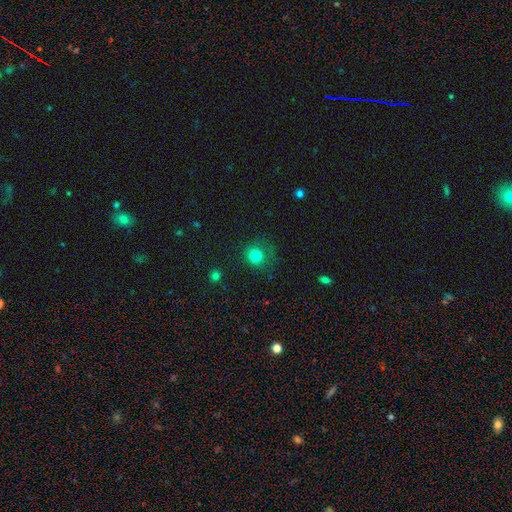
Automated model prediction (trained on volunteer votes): Smooth or featured? smooth (80%)
How rounded? round (87%)
Merging? none (75%)